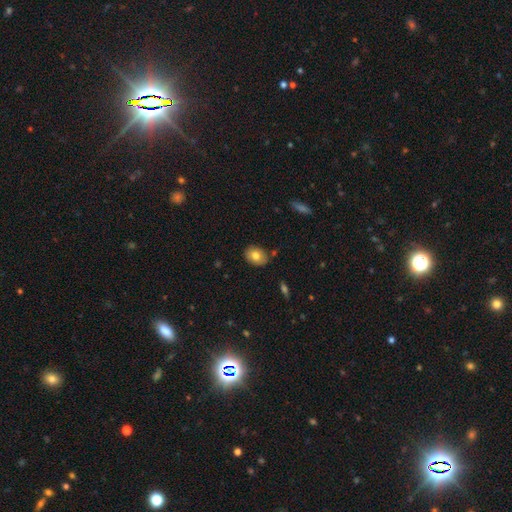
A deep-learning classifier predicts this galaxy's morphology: This is likely a smooth galaxy (77%). How rounded: likely in between (70%). Merging: clearly none (85%).